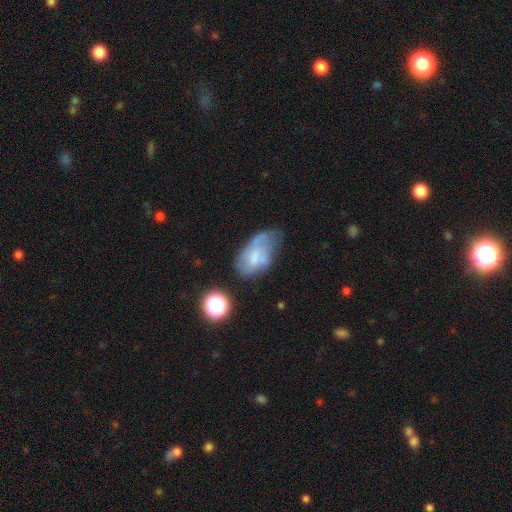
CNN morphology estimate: Q: Smooth or featured?
A: smooth (48%); runner-up: featured or disk (41%)
Q: Merging?
A: minor disturbance (37%); runner-up: none (29%)